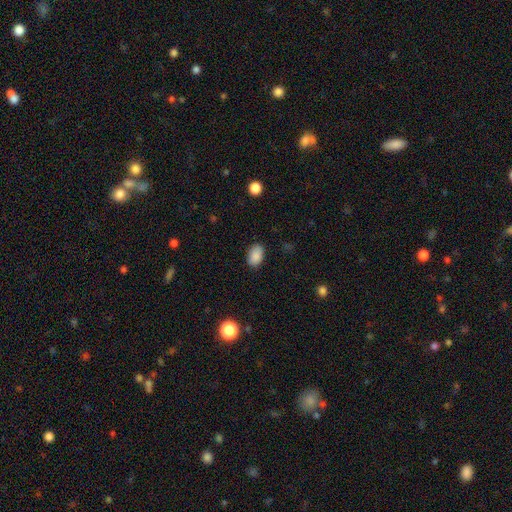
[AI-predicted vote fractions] Morphology: type=smooth (89%); roundness=in between (89%); merging=none (86%).